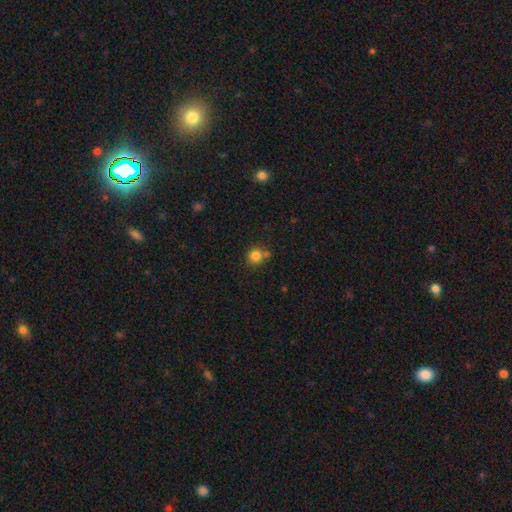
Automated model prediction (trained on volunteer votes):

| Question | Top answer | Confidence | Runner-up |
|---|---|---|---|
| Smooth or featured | smooth | 82% | star or artifact (12%) |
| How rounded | round | 88% | in between (11%) |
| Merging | none | 68% | merger (15%) |